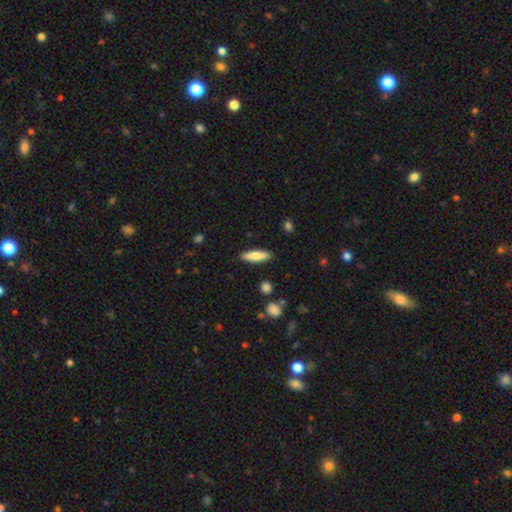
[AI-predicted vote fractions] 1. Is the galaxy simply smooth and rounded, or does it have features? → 78% smooth, 16% featured or disk, 6% star or artifact.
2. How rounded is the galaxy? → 63% cigar-shaped, 35% in between, 2% round.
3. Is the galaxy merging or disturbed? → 88% none, 8% minor disturbance, 2% major disturbance, 1% merger.